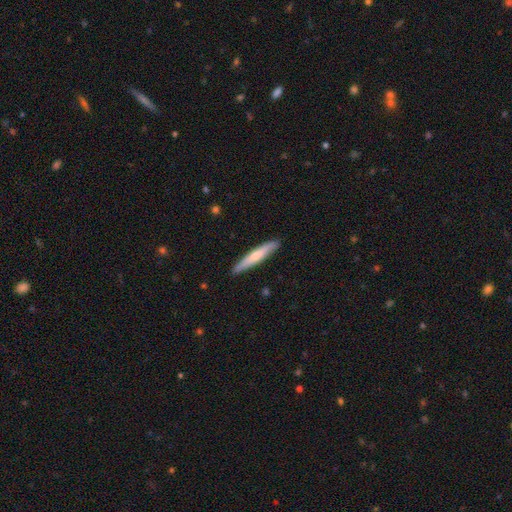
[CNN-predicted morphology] Smooth or featured? smooth (55%)
How rounded? cigar-shaped (92%)
Merging? none (89%)